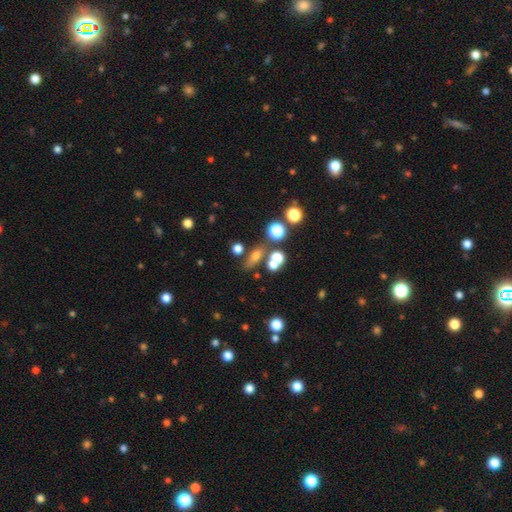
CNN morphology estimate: smooth 59%, featured or disk 21%, star or artifact 19%. Down the decision tree: how rounded — in between (52%); merging — none (62%).